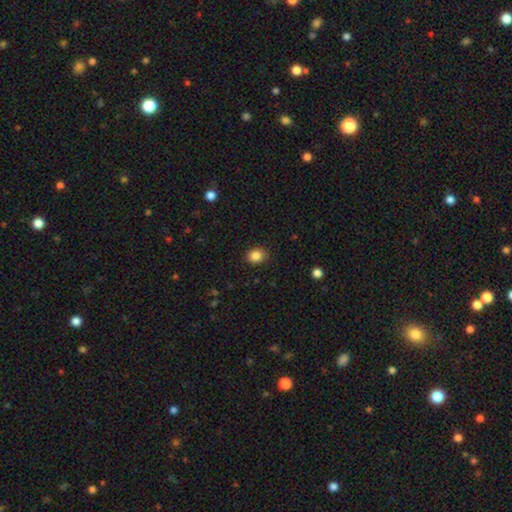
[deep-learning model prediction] Smooth or featured: smooth — 86% (star or artifact — 10%)
How rounded: round — 60% (in between — 39%)
Merging: none — 89% (minor disturbance — 8%)